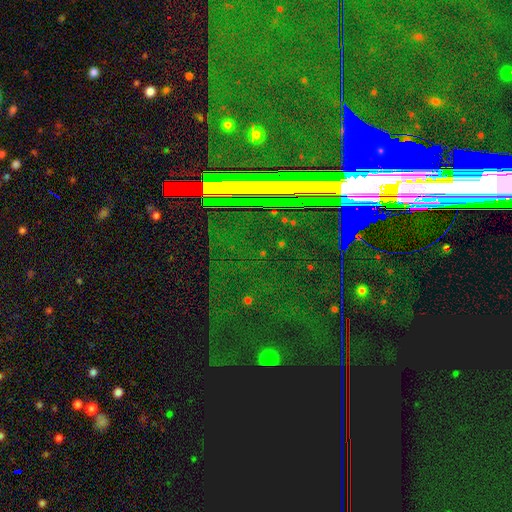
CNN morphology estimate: Smooth or featured: star or artifact — 76% (featured or disk — 15%)